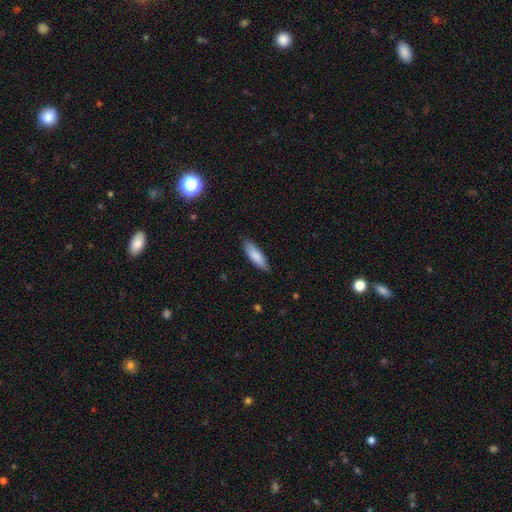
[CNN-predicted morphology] This appears to be a smooth galaxy with no disk features (82%) that is cigar-shaped (51%). Merging: none (80%).